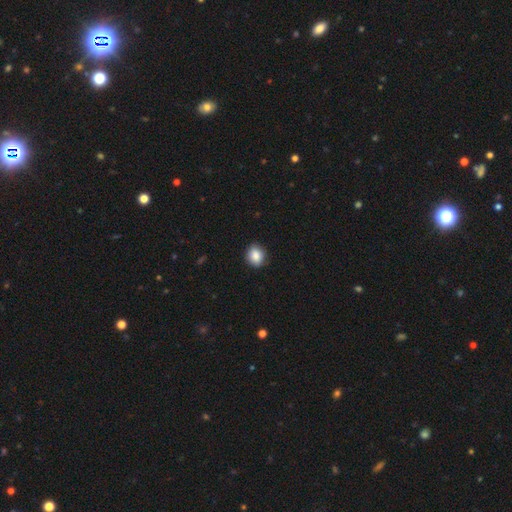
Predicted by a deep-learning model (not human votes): A smooth galaxy with no disk features (85%) that is round (62%). Merging: none (86%).